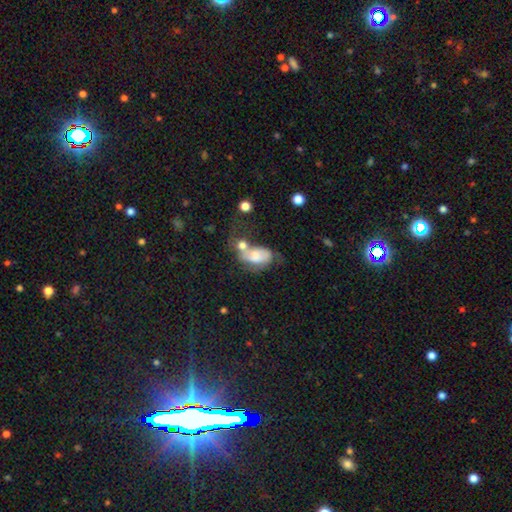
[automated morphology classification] smooth_or_featured: smooth (p=0.59) [alt: featured or disk p=0.31]
how_rounded: in between (p=0.86) [alt: round p=0.12]
merging: merger (p=0.42) [alt: major disturbance p=0.24]